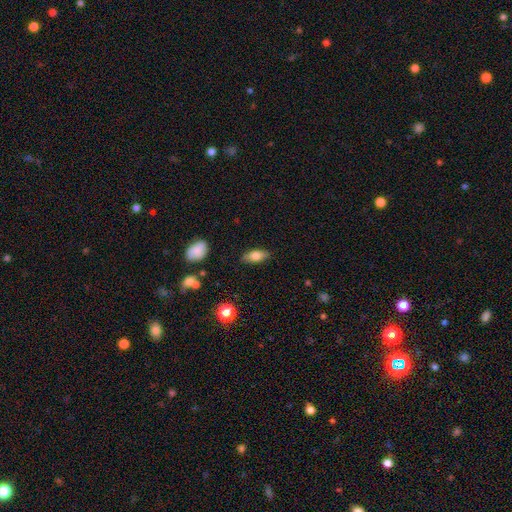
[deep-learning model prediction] Smooth or featured? Predicted: smooth (p=0.74). How rounded? Predicted: in between (p=0.79). Merging? Predicted: none (p=0.84).